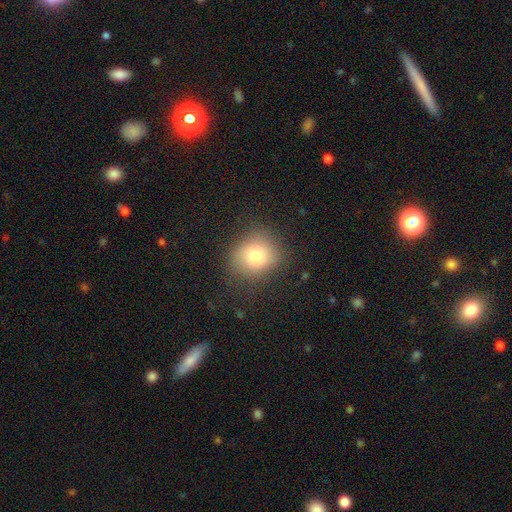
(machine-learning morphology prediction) Smooth or featured? Predicted: smooth (p=0.80). How rounded? Predicted: round (p=0.67). Merging? Predicted: none (p=0.80).